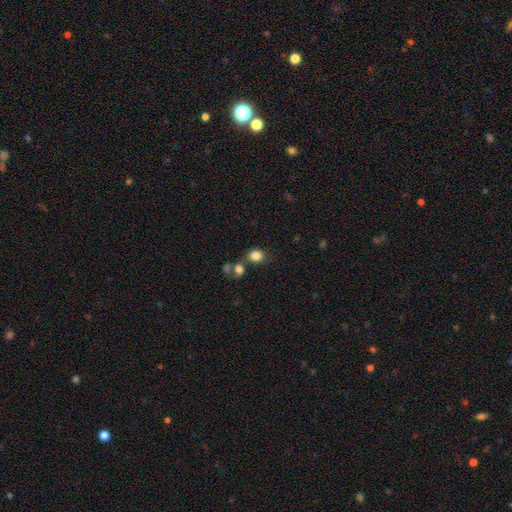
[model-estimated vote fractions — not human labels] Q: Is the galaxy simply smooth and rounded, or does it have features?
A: smooth — 84%.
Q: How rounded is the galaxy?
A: round — 62%.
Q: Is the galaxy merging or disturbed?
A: none — 64%.